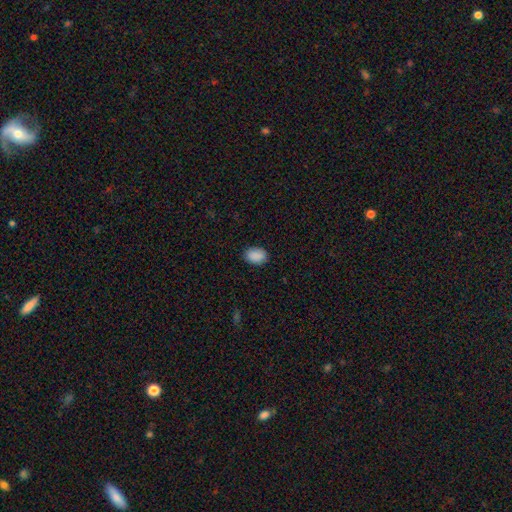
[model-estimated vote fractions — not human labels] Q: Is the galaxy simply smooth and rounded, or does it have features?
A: smooth — 89%.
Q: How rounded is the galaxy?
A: in between — 80%.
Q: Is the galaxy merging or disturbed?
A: none — 86%.